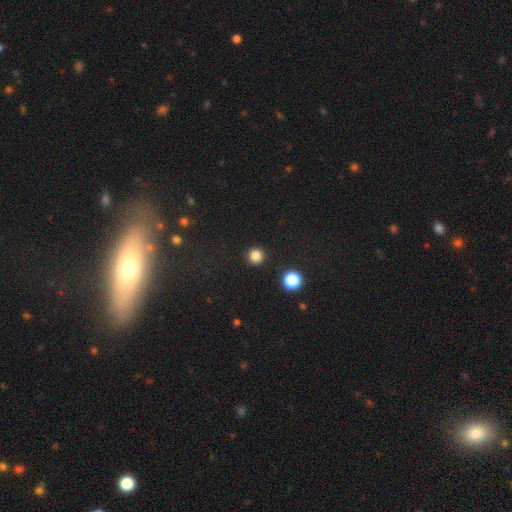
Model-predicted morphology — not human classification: Smooth or featured?
  - smooth: 84% *
  - star or artifact: 12%
  - featured or disk: 3%
How rounded?
  - round: 96% *
  - in between: 4%
  - cigar-shaped: 1%
Merging?
  - none: 92% *
  - minor disturbance: 4%
  - major disturbance: 2%
  - merger: 2%